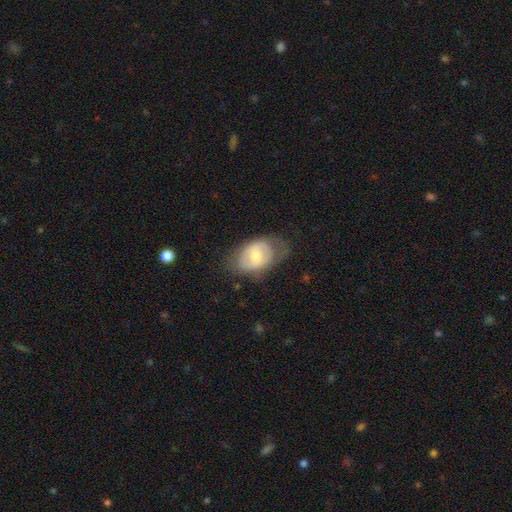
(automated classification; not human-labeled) smooth 47% (tied), featured or disk 47% (tied), star or artifact 6%. Down the decision tree: merging — none (57%).